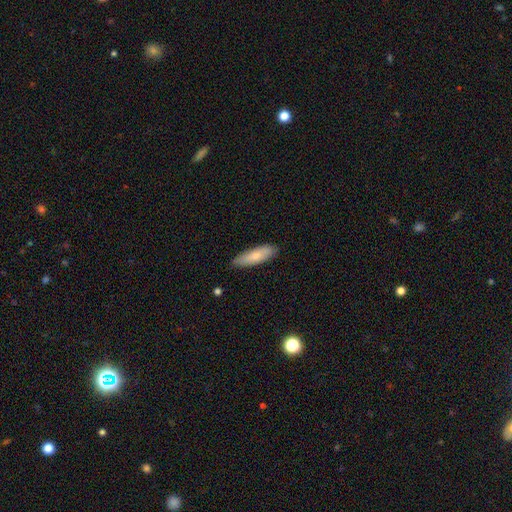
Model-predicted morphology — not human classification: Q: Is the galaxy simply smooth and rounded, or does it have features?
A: smooth — 74%.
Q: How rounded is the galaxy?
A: cigar-shaped — 52%.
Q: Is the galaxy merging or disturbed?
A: none — 83%.